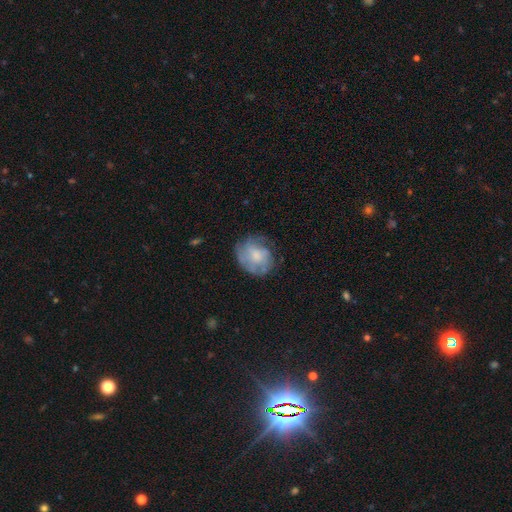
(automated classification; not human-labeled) Overall: smooth (52%; featured or disk 40%). How rounded: round (65%; in between 34%). Merging: none (60%; minor disturbance 25%).